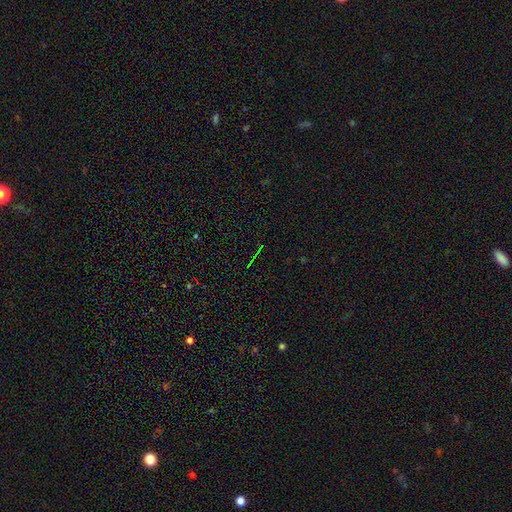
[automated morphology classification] star or artifact 74%, smooth 14%, featured or disk 12%.